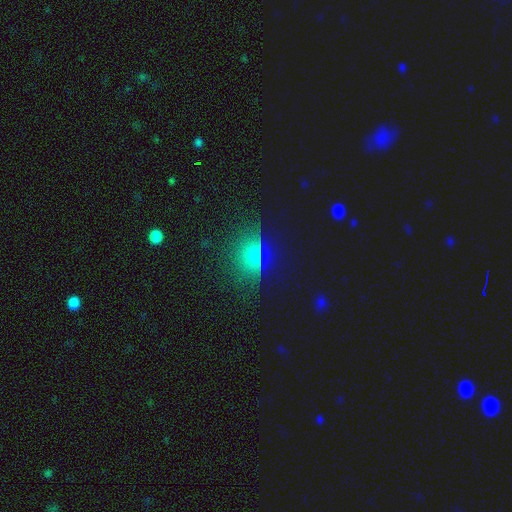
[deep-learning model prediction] A smooth galaxy with no disk features (53%) that is in between round and cigar-shaped (50%). Merging: none (76%).